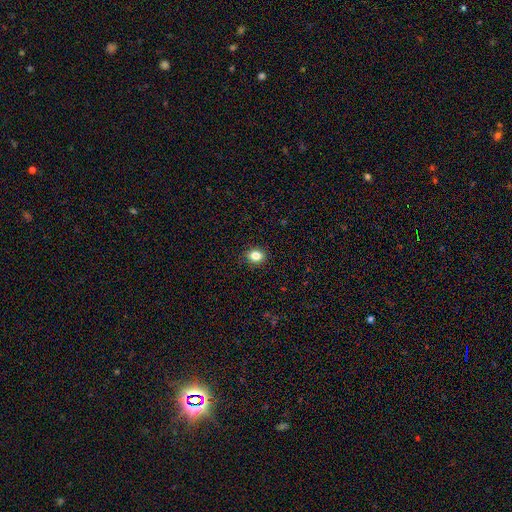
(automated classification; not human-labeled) This appears to be a smooth galaxy with no disk features (84%) that is round (63%). Merging: none (91%).